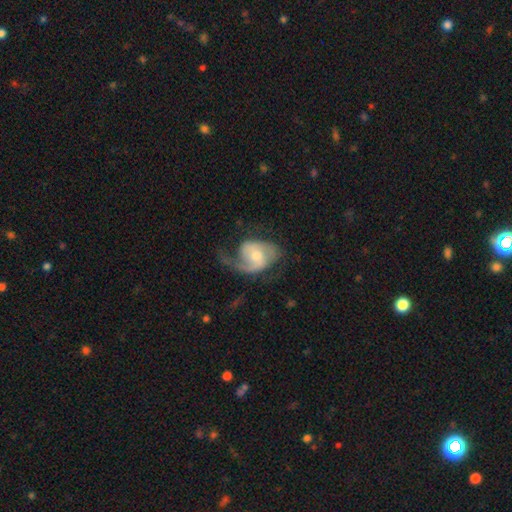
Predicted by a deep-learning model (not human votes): Smooth or featured? featured or disk (78%)
Edge-on disk? no (97%)
Bar? no (55%)
Spiral arms? yes (93%)
Spiral winding? medium (43%)
Spiral arm count? 2 (59%)
Bulge size? moderate (57%)
Merging? none (44%)